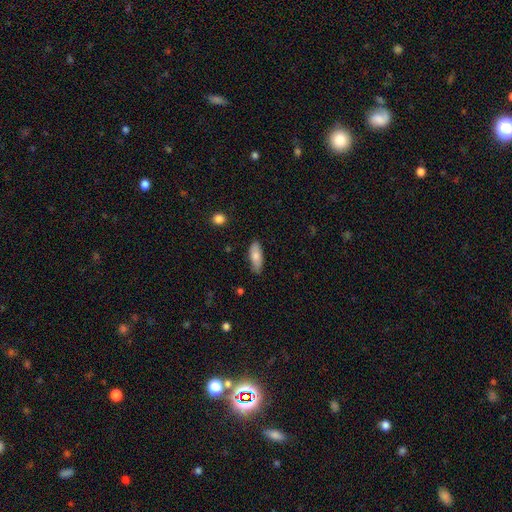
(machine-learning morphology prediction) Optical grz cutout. It shows a smooth galaxy with no disk features (78%) that is in between round and cigar-shaped (72%). Merging: none (81%).